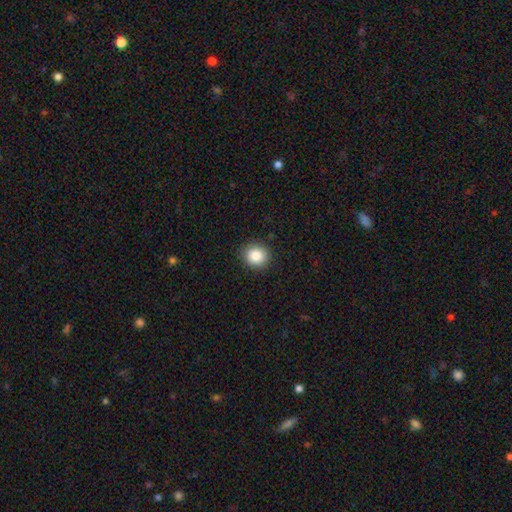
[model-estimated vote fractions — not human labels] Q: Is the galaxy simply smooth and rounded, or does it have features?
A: smooth — 85%.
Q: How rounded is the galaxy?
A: round — 84%.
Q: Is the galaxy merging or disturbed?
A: none — 91%.